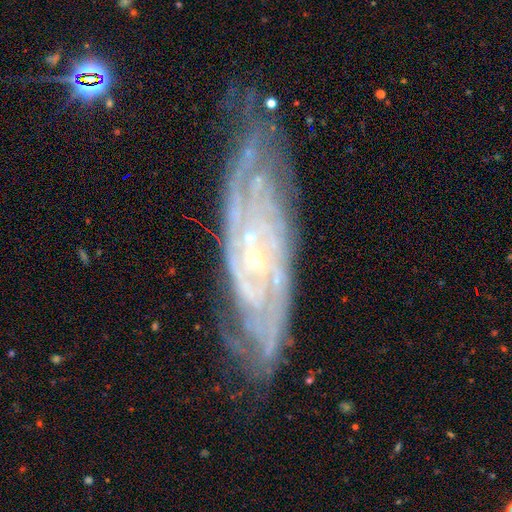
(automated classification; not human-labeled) The model was most divided on "spiral arm count": can't tell: 28%, 2: 25%, 3: 16%, 4: 14%, more than 4: 10%, 1: 7%. More confident: spiral arms — yes (97%); smooth or featured — featured or disk (88%); edge-on disk — no (86%); bulge size — small (81%); merging — none (74%); spiral winding — tight (73%); bar — no (63%).